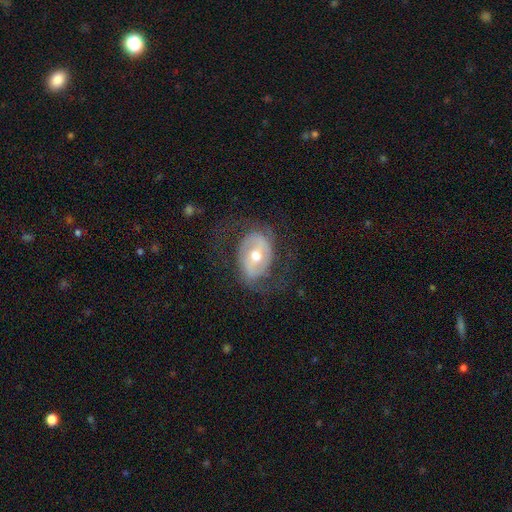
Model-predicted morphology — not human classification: A featured or disk galaxy (72%) with a weak bar (40%), spiral arms (69%) and a moderate central bulge (73%).

Vote fractions:
- Smooth or featured? featured or disk: 72% / smooth: 22% / star or artifact: 6%
- Edge-on disk? no: 95% / yes: 5%
- Bar? weak: 40% / strong: 31% / no: 29%
- Spiral arms? yes: 69% / no: 31%
- Bulge size? moderate: 73% / small: 16% / large: 8% / dominant: 1% / none: 1%
- Merging? none: 66% / major disturbance: 16% / minor disturbance: 16% / merger: 1%